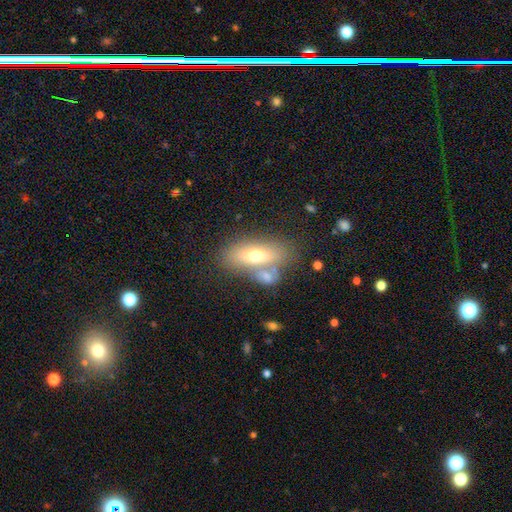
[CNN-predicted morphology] A smooth galaxy with no disk features (58%) that is in between round and cigar-shaped (74%). Merging: none (54%).